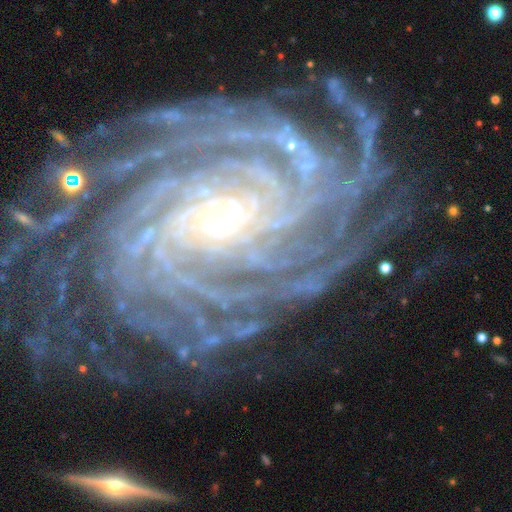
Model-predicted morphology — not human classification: Q: Smooth or featured?
A: featured or disk (89%); runner-up: star or artifact (7%)
Q: Edge-on disk?
A: no (97%); runner-up: yes (3%)
Q: Bar?
A: no (42%); runner-up: weak (35%)
Q: Spiral arms?
A: yes (98%); runner-up: no (2%)
Q: Spiral winding?
A: tight (78%); runner-up: medium (18%)
Q: Spiral arm count?
A: more than 4 (35%); runner-up: 4 (18%)
Q: Bulge size?
A: small (74%); runner-up: moderate (20%)
Q: Merging?
A: none (71%); runner-up: minor disturbance (16%)